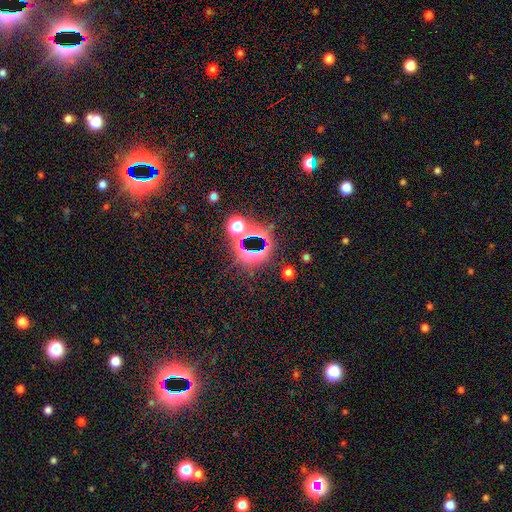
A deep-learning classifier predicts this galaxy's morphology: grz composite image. It shows a star or artifact, not a galaxy (69%).